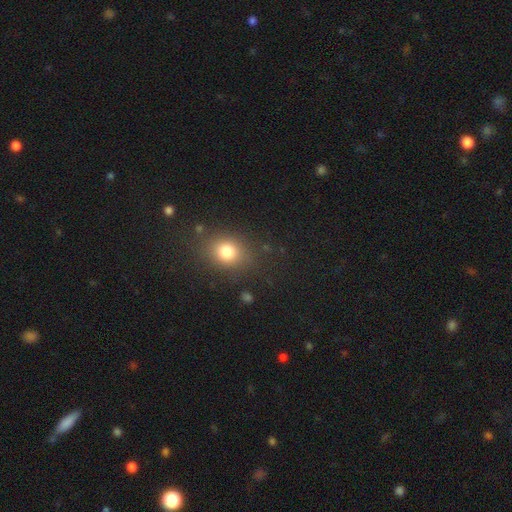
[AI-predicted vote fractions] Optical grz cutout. It shows a smooth galaxy with no disk features (65%) that is round (64%). Merging: none (85%).